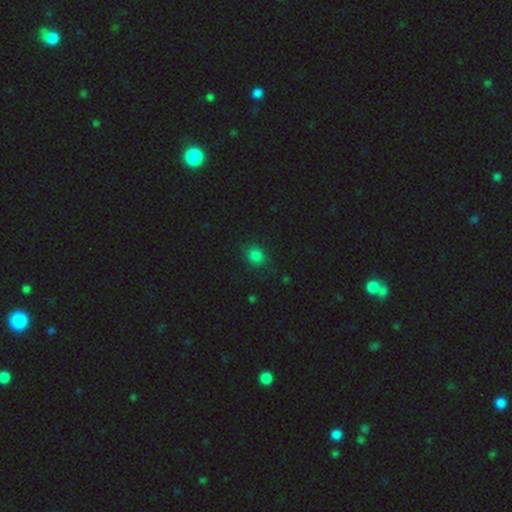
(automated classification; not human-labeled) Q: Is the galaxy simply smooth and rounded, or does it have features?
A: smooth — 81%.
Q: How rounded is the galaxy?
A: round — 68%.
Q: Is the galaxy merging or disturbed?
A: none — 84%.